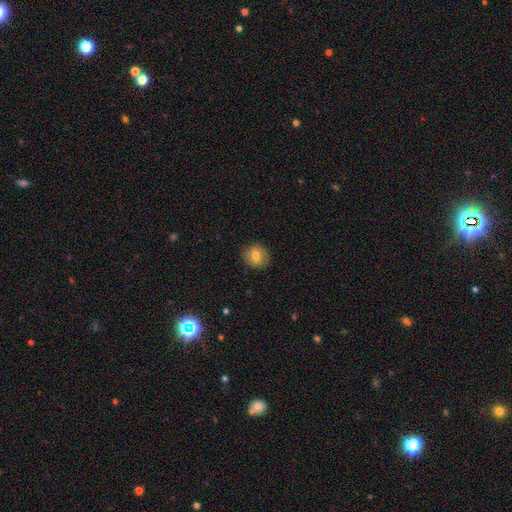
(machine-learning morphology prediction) A smooth galaxy with no disk features (74%) that is round (80%). Merging: none (88%).